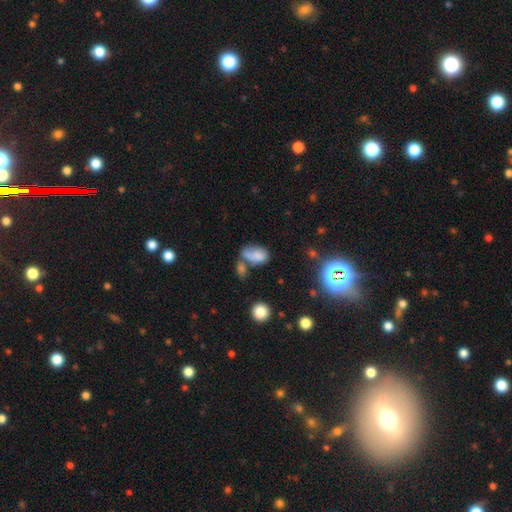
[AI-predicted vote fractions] This appears to be a smooth galaxy with no disk features (75%) that is in between round and cigar-shaped (89%). Merging: merger (35%).